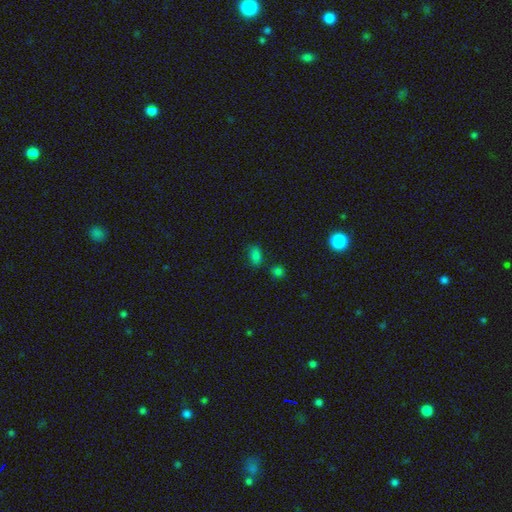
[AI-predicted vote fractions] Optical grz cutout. It shows a smooth galaxy with no disk features (76%) that is in between round and cigar-shaped (87%). Merging: none (74%).